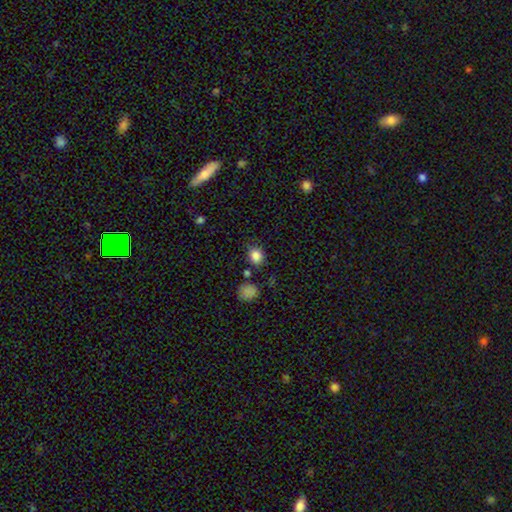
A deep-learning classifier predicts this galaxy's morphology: type=smooth (84%); roundness=round (66%); merging=none (74%).